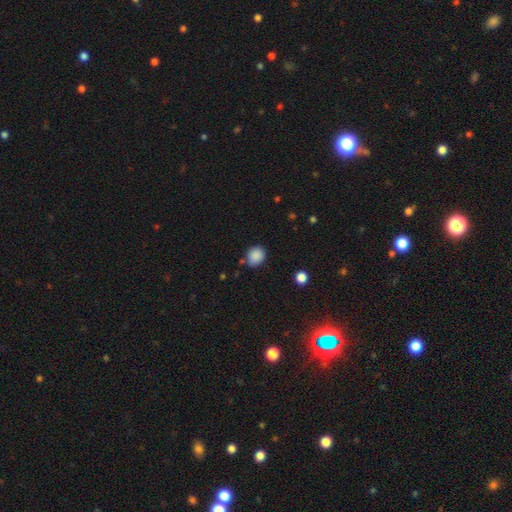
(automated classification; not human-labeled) Smooth or featured: smooth — 87% (star or artifact — 9%)
How rounded: round — 73% (in between — 26%)
Merging: none — 74% (minor disturbance — 17%)